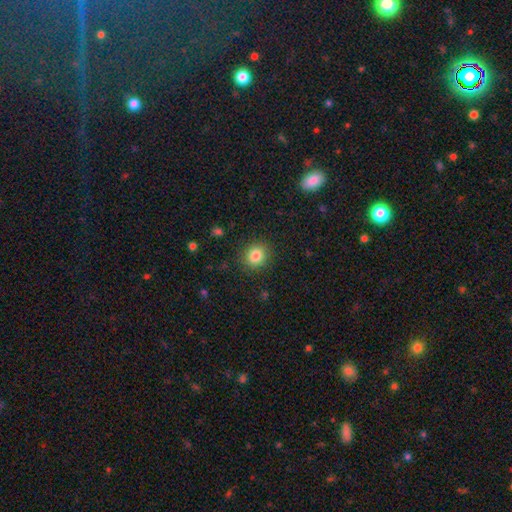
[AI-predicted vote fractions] Smooth or featured: smooth — 84% (star or artifact — 11%)
How rounded: round — 77% (in between — 22%)
Merging: none — 88% (minor disturbance — 8%)